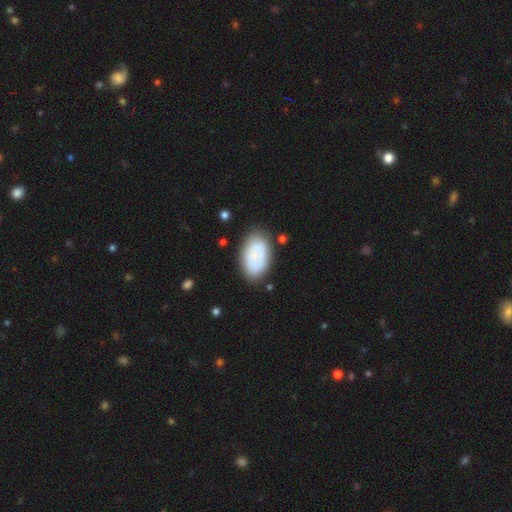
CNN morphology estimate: smooth 68%, featured or disk 25%, star or artifact 7%. Down the decision tree: how rounded — in between (93%); merging — none (75%).